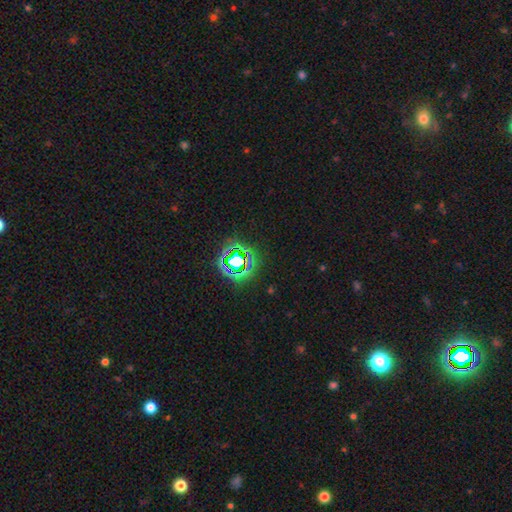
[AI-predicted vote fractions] Overall: star or artifact (68%).